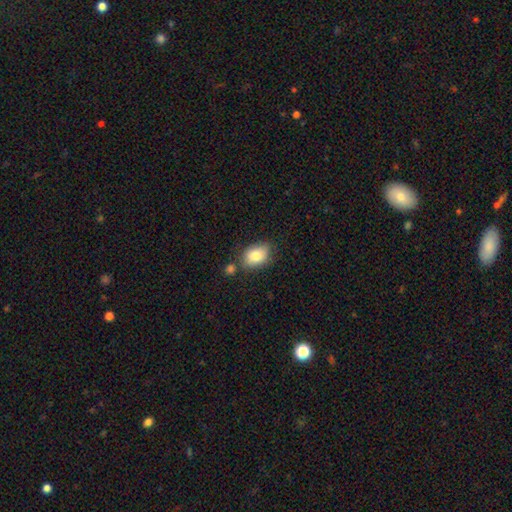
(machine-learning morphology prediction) Q: Smooth or featured?
A: smooth (83%); runner-up: featured or disk (9%)
Q: How rounded?
A: in between (83%); runner-up: round (16%)
Q: Merging?
A: none (68%); runner-up: minor disturbance (18%)